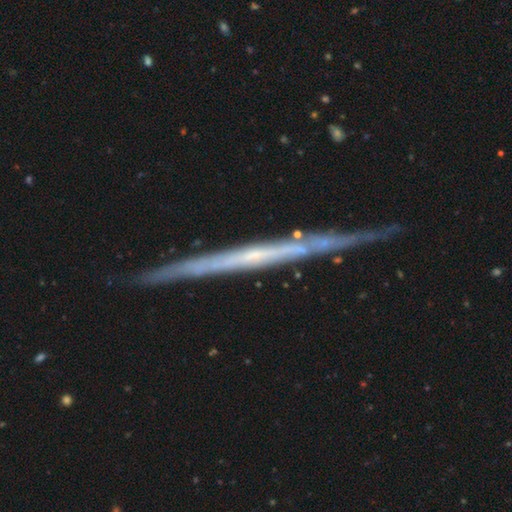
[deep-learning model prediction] A featured or disk galaxy (78%) viewed edge-on (96%) with no central bulge (82%). Merging: none (83%).